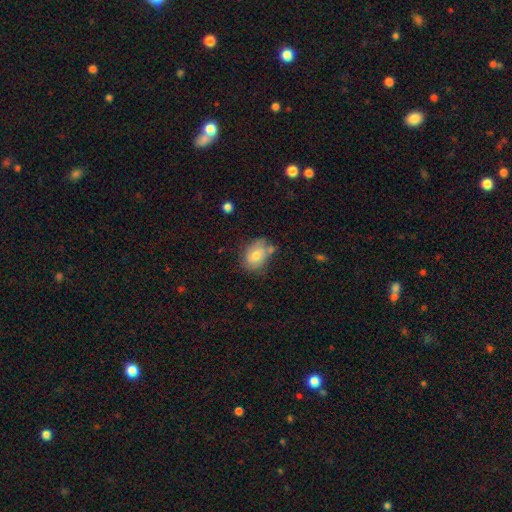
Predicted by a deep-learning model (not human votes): Morphology: type=smooth (66%); roundness=in between (69%); merging=none (57%).